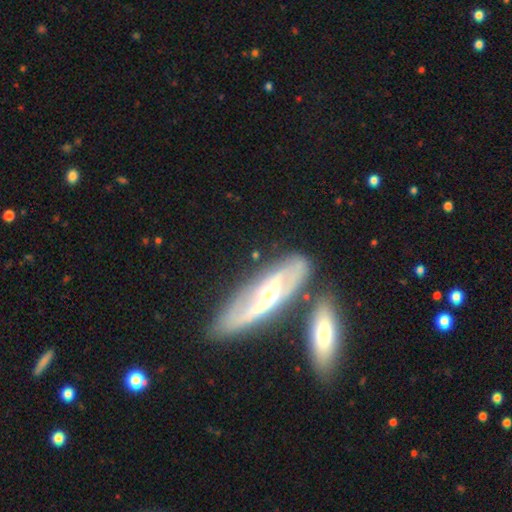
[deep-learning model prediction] This appears to be a featured or disk galaxy (73%). Merging: none (69%).